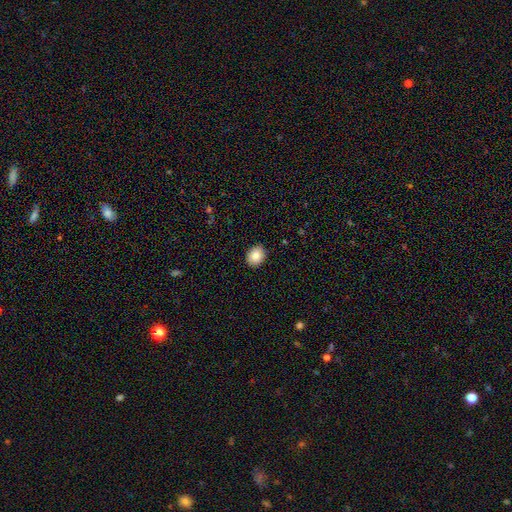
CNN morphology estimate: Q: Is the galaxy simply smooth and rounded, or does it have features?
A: smooth — 85%.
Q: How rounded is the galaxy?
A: in between — 52%.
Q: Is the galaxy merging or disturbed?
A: none — 90%.